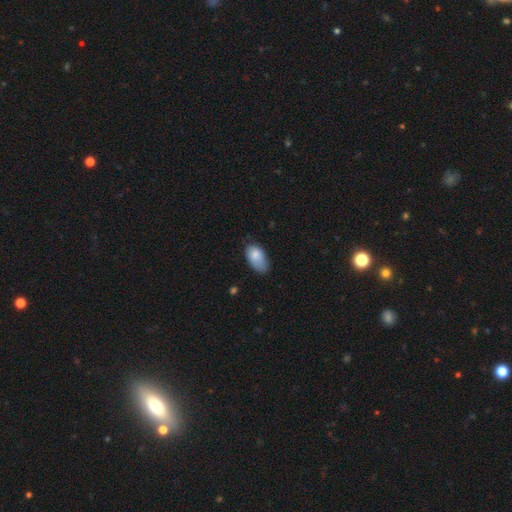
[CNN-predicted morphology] Q: Smooth or featured?
A: smooth (81%); runner-up: featured or disk (12%)
Q: How rounded?
A: in between (93%); runner-up: round (5%)
Q: Merging?
A: none (45%); runner-up: minor disturbance (41%)